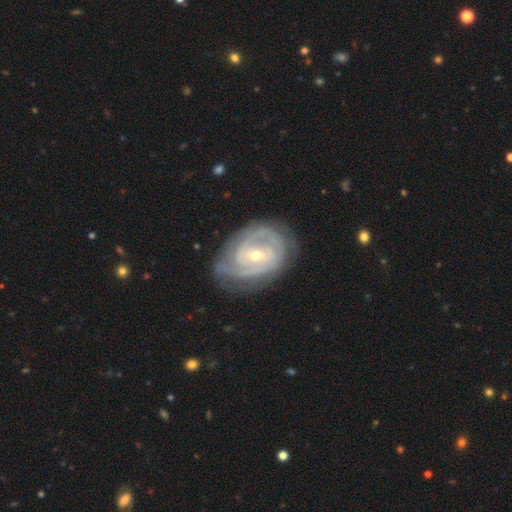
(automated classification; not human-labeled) Smooth or featured? featured or disk (87%)
Edge-on disk? no (97%)
Bar? weak (43%)
Spiral arms? yes (94%)
Spiral winding? tight (67%)
Spiral arm count? 2 (38%)
Bulge size? small (54%)
Merging? none (70%)